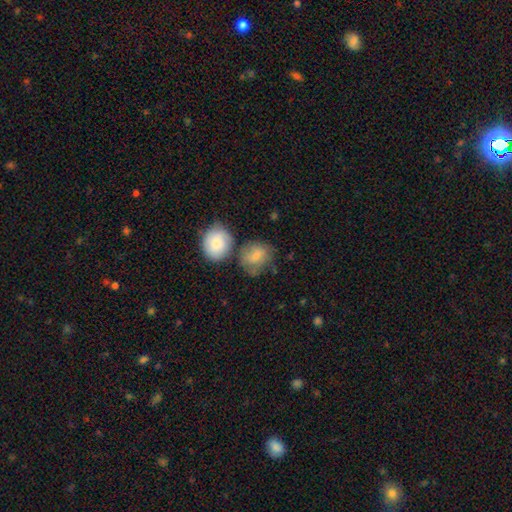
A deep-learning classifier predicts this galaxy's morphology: This appears to be a smooth galaxy with no disk features (78%) that is round (57%). Merging: none (49%).